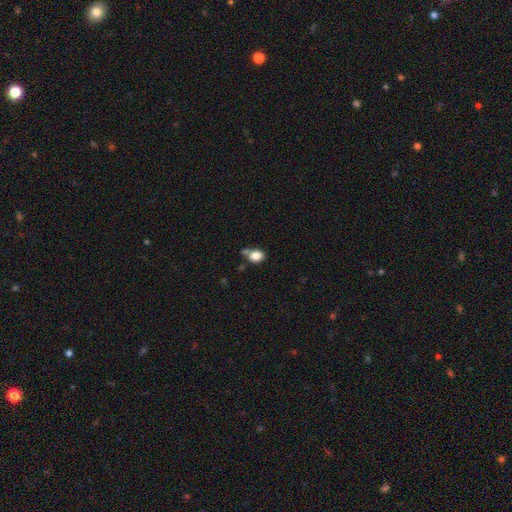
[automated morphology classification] Smooth or featured?
  - smooth: 83% *
  - star or artifact: 10%
  - featured or disk: 8%
How rounded?
  - in between: 61% *
  - round: 38%
  - cigar-shaped: 1%
Merging?
  - none: 51% *
  - minor disturbance: 22%
  - merger: 20%
  - major disturbance: 7%